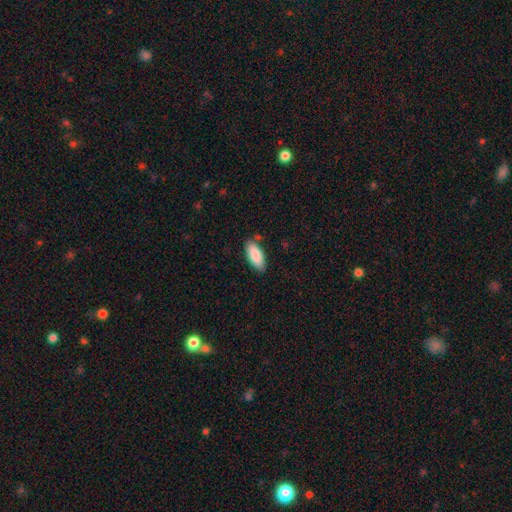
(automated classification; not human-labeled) smooth-or-featured: smooth: 87% | featured or disk: 7% | star or artifact: 6%
  how-rounded: in between: 87% | cigar-shaped: 12% | round: 2%
  merging: none: 81% | minor disturbance: 14% | merger: 3% | major disturbance: 3%